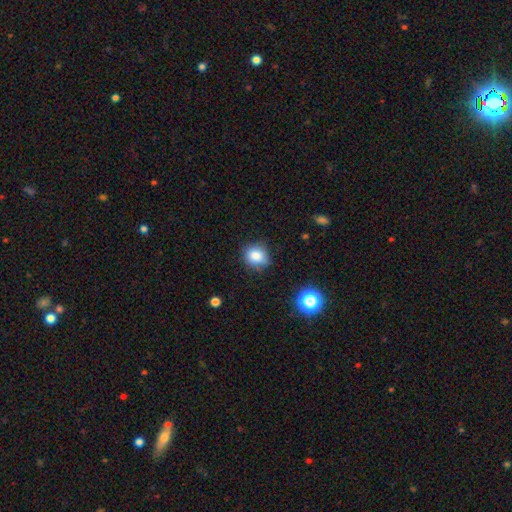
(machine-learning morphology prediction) This is clearly a smooth galaxy (82%). How rounded: likely round (77%). Merging: likely none (77%).